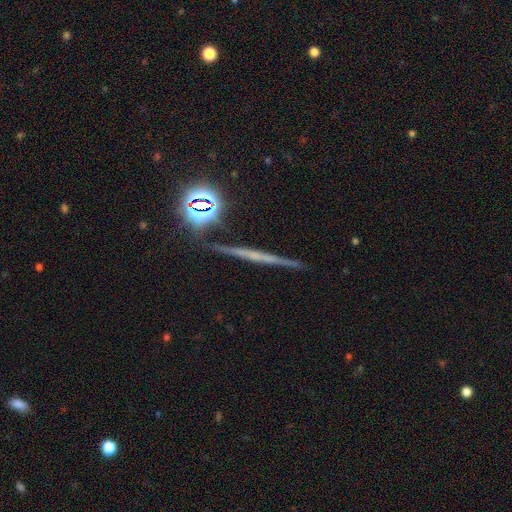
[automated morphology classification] smooth-or-featured: featured or disk: 57% | smooth: 22% | star or artifact: 20%
  disk-edge-on: yes: 96% | no: 4%
    edge-on-bulge: none: 68% | rounded: 22% | boxy: 10%
  merging: none: 89% | minor disturbance: 7% | merger: 2% | major disturbance: 2%